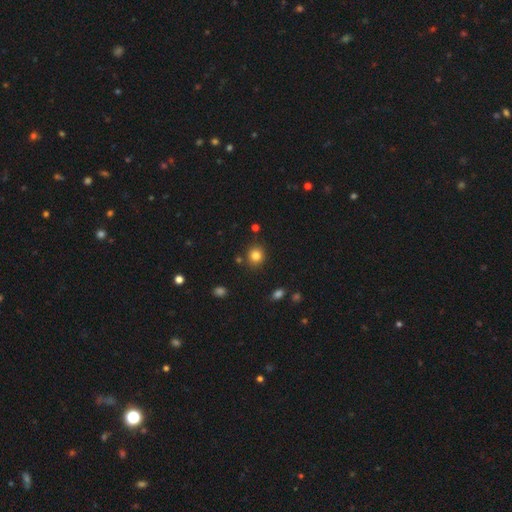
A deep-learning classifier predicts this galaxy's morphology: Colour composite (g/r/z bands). It shows a smooth galaxy with no disk features (82%) that is round (85%). Merging: none (86%).